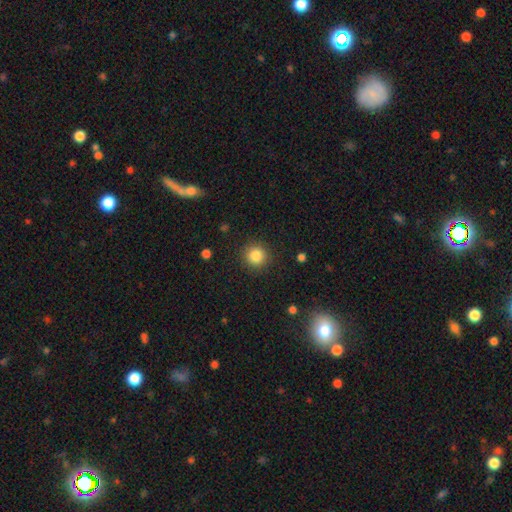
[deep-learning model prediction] Overall: smooth (85%). How rounded: round (93%). Merging: none (90%).